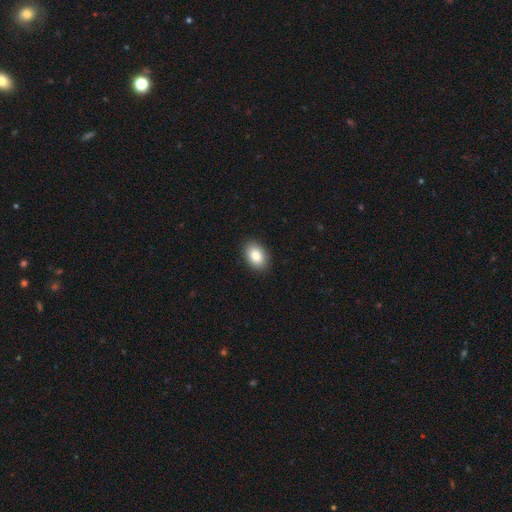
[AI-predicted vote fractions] smooth-or-featured: smooth: 87% | star or artifact: 7% | featured or disk: 6%
  how-rounded: in between: 86% | round: 13% | cigar-shaped: 1%
  merging: none: 89% | minor disturbance: 8% | major disturbance: 2% | merger: 1%